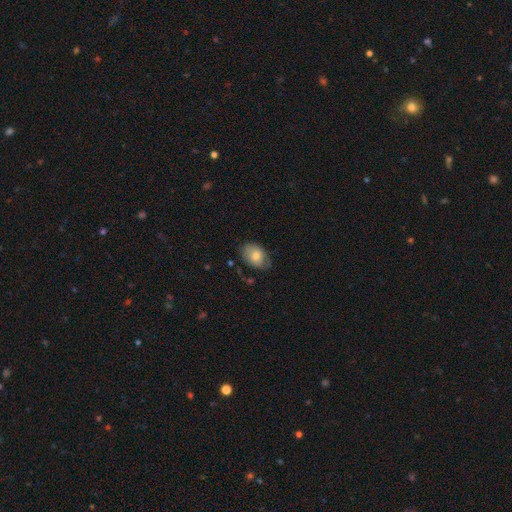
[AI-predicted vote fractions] Smooth or featured?
  - smooth: 71% *
  - featured or disk: 21%
  - star or artifact: 7%
How rounded?
  - in between: 81% *
  - round: 18%
  - cigar-shaped: 1%
Merging?
  - none: 68% *
  - minor disturbance: 25%
  - major disturbance: 6%
  - merger: 2%